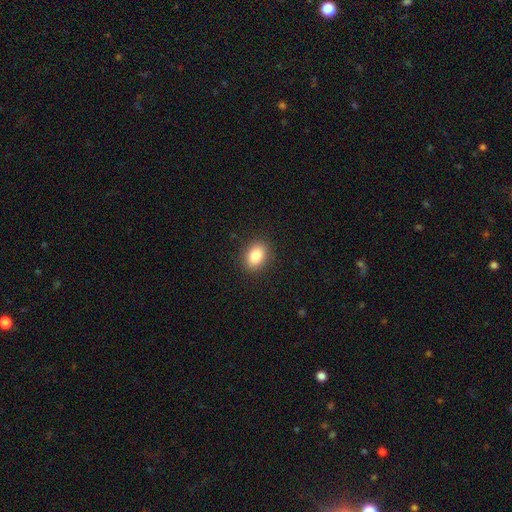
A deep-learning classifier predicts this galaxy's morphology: type=smooth (85%); roundness=in between (70%); merging=none (89%).